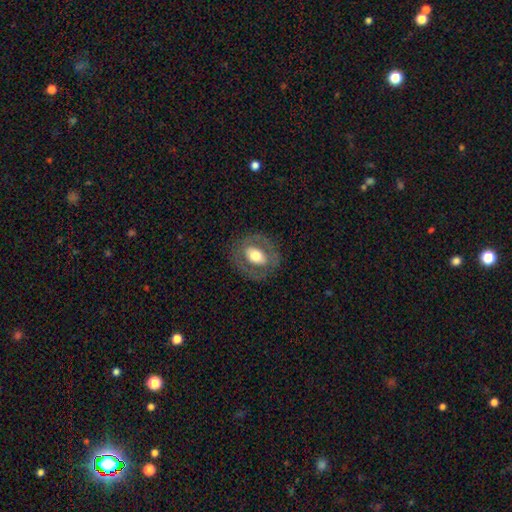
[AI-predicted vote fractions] Smooth or featured: smooth — 47% (featured or disk — 46%)
Merging: none — 79% (minor disturbance — 12%)